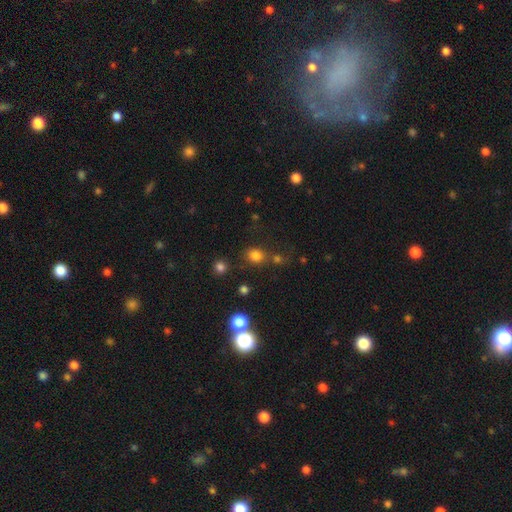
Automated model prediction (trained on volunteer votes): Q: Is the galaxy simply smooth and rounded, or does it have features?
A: smooth — 77%.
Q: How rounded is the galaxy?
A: round — 67%.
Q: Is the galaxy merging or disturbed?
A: none — 67%.